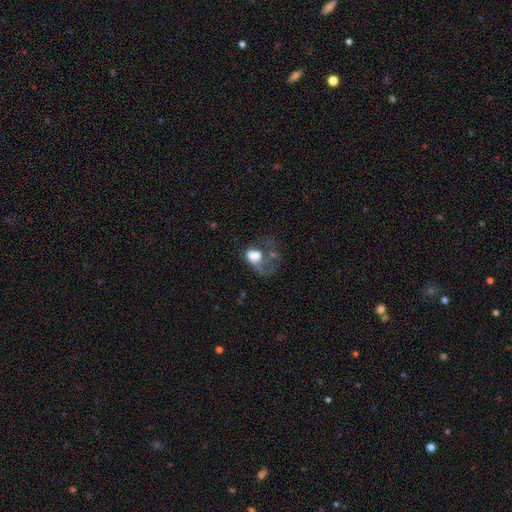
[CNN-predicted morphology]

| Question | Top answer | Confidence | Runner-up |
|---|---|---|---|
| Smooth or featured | smooth | 59% | featured or disk (31%) |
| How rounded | in between | 69% | round (29%) |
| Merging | major disturbance | 59% | merger (14%) |